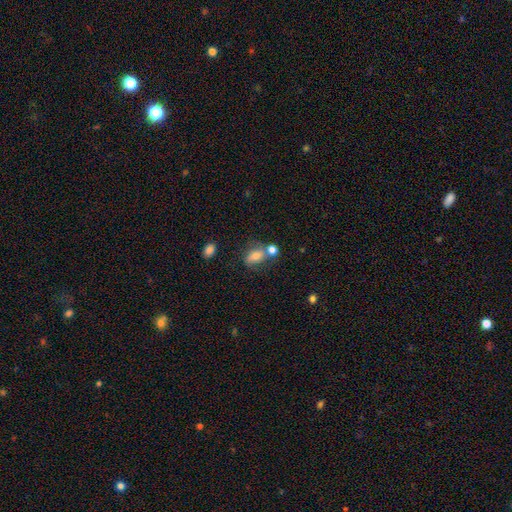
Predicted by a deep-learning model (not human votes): This appears to be a smooth galaxy with no disk features (68%) that is in between round and cigar-shaped (76%). Merging: none (42%).